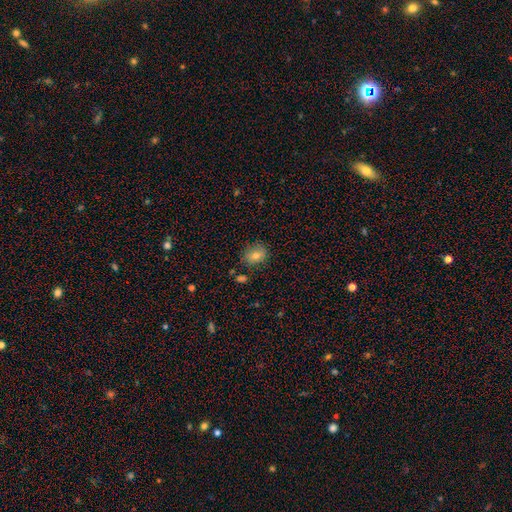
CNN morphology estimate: This is likely a smooth galaxy (75%). How rounded: possibly round (57%). Merging: likely none (79%).